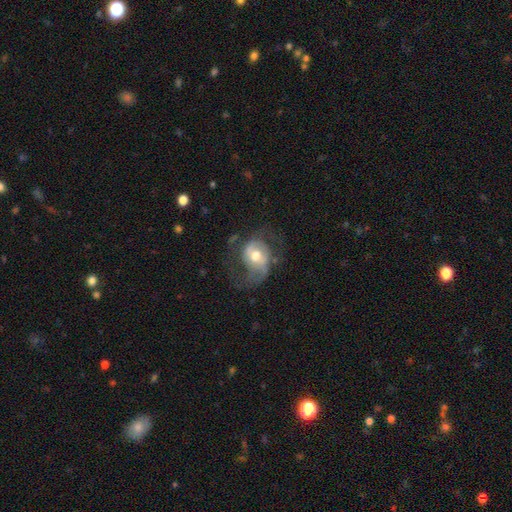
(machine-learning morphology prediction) smooth_or_featured: featured or disk (p=0.62) [alt: smooth p=0.31]
disk_edge_on: no (p=0.96) [alt: yes p=0.04]
bar: no (p=0.55) [alt: weak p=0.34]
has_spiral_arms: yes (p=0.74) [alt: no p=0.26]
bulge_size: moderate (p=0.72) [alt: large p=0.14]
merging: none (p=0.39) [alt: major disturbance p=0.36]